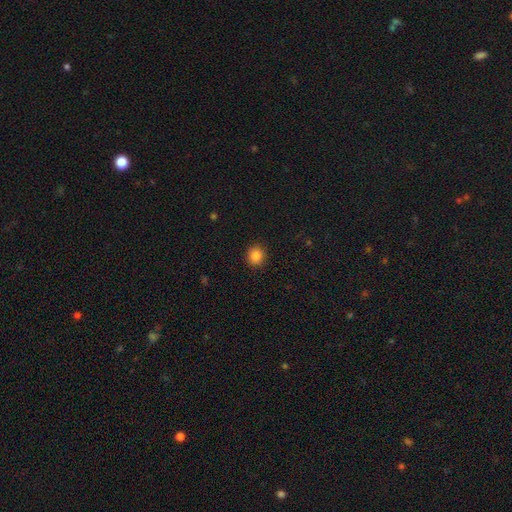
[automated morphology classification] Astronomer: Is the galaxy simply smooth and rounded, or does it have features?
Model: smooth — 86%.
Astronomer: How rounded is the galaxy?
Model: round — 86%.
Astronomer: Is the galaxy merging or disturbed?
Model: none — 91%.